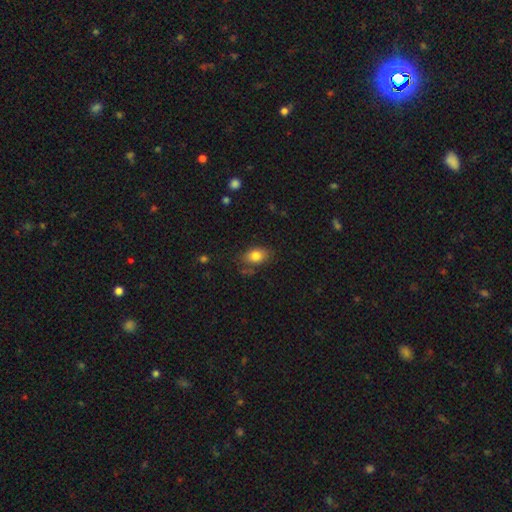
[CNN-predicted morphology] A smooth galaxy with no disk features (81%) that is in between round and cigar-shaped (82%). Merging: none (72%).